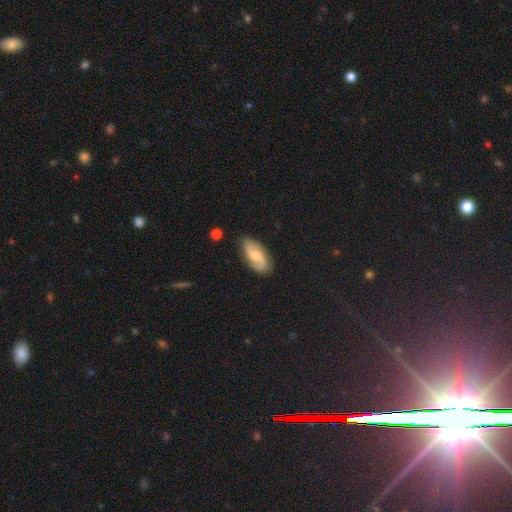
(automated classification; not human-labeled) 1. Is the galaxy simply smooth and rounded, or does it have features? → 65% featured or disk, 29% smooth, 6% star or artifact.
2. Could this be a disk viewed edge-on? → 95% no, 5% yes.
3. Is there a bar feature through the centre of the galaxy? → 51% no, 42% weak, 7% strong.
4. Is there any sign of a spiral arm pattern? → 94% yes, 6% no.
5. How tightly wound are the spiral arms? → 42% medium, 39% loose, 19% tight.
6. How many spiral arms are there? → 85% 2, 7% can't tell, 4% 1, 1% 3, 1% 4, 1% more than 4.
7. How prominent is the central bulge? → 40% moderate (tied), 40% small (tied), 13% none, 5% large, 1% dominant.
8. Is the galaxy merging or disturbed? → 79% none, 16% minor disturbance, 4% major disturbance, 2% merger.